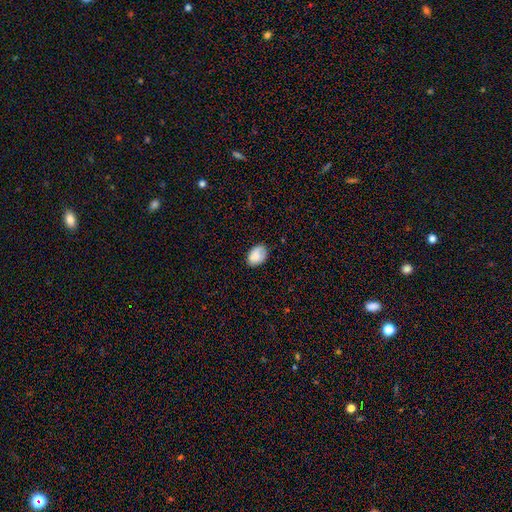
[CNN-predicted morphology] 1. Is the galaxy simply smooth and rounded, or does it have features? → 84% smooth, 8% star or artifact, 8% featured or disk.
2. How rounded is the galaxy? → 83% in between, 16% round, 1% cigar-shaped.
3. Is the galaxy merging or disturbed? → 71% none, 24% minor disturbance, 4% major disturbance, 1% merger.